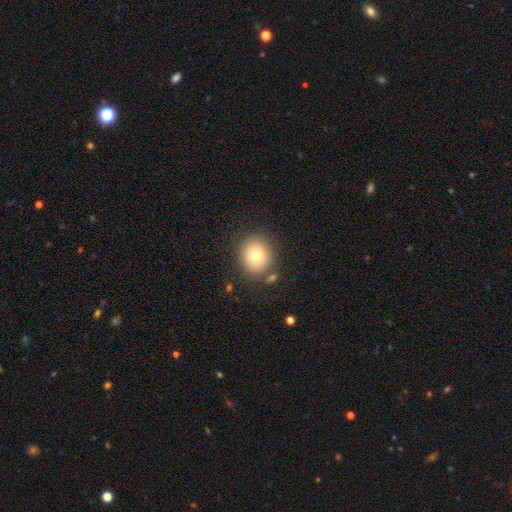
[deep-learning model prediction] The model was most divided on "smooth or featured": smooth: 74%, featured or disk: 14%, star or artifact: 11%. More confident: how rounded — round (83%); merging — none (81%).